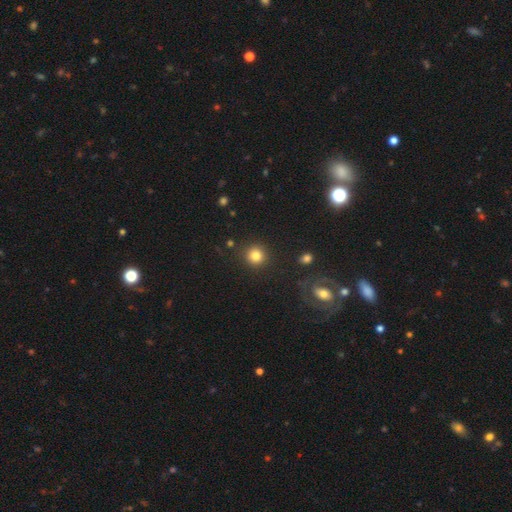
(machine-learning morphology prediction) Smooth or featured: smooth — 82% (star or artifact — 11%)
How rounded: round — 93% (in between — 6%)
Merging: none — 89% (minor disturbance — 6%)